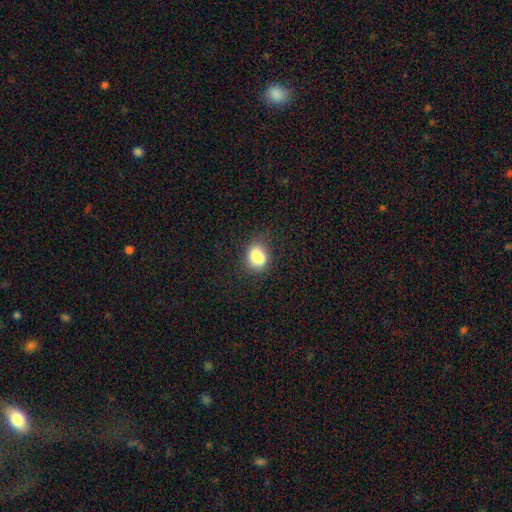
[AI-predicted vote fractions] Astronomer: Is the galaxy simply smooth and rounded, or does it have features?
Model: smooth — 79%.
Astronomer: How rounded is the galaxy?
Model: round — 52% (runner-up: in between, 46%).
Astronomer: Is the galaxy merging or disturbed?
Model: none — 55%.